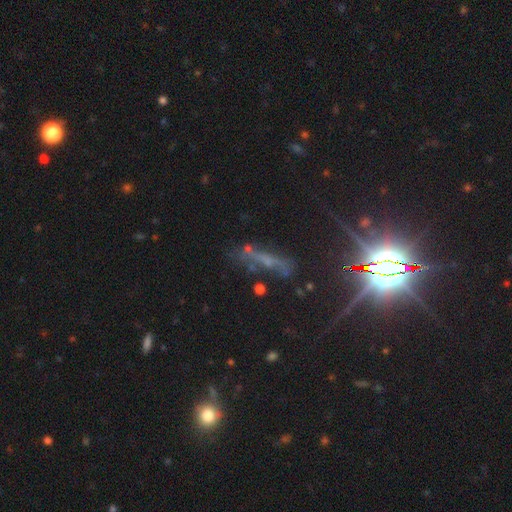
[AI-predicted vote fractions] Overall: featured or disk (39%; star or artifact 35%). Merging: none (54%; minor disturbance 21%).